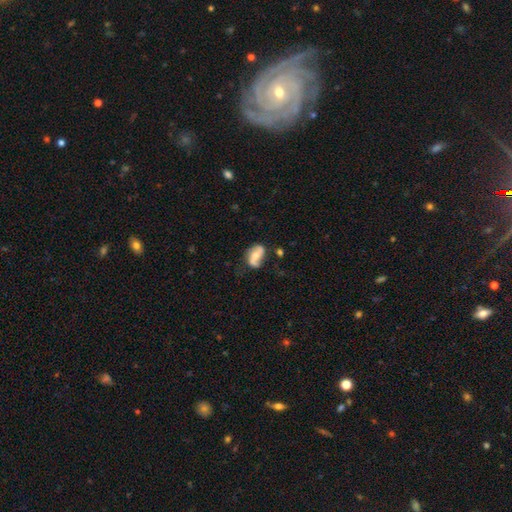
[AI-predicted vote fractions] This appears to be a featured or disk galaxy (69%) with no bar (52%), 2 (86%) loose (56%) spiral arms (88%) and a moderate central bulge (61%). Merging: none (61%).